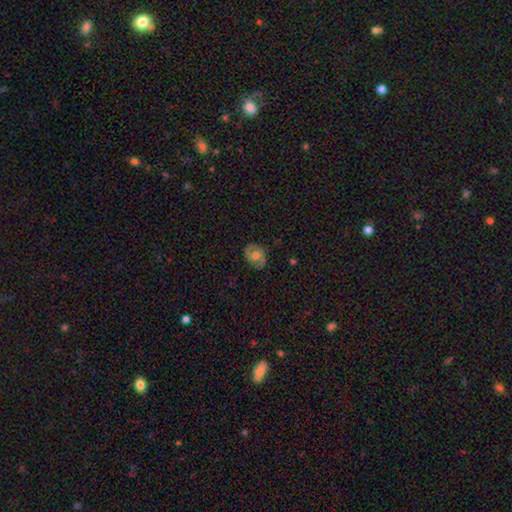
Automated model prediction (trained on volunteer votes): Smooth or featured? Predicted: featured or disk (p=0.52). Edge-on disk? Predicted: no (p=0.95). Merging? Predicted: none (p=0.76).